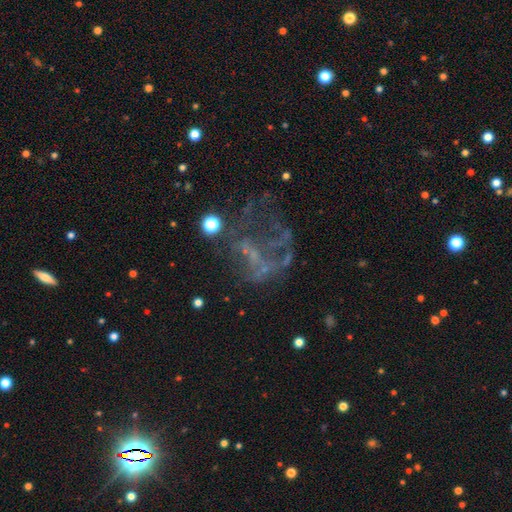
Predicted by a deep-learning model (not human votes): Overall: featured or disk (43%; star or artifact 40%). Merging: major disturbance (46%; none 33%).